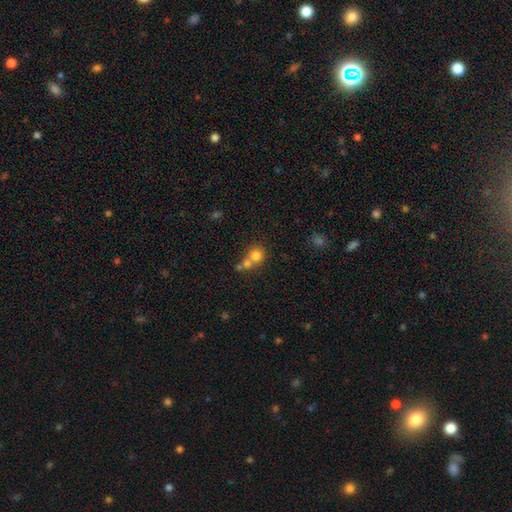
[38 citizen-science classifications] This appears to be a smooth galaxy with no disk features (82%) that is round (84%). Merging: merger (51%).